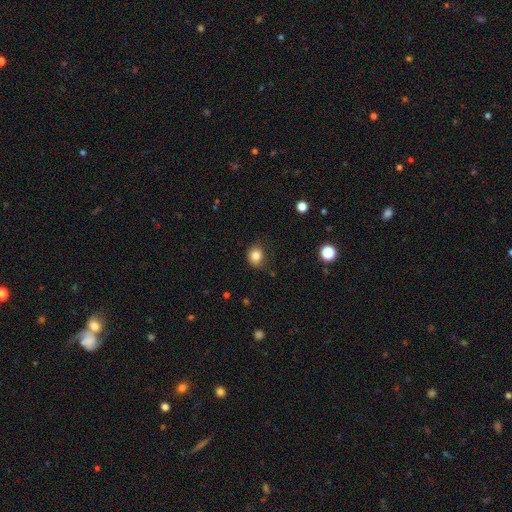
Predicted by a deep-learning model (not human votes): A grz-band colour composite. It shows a smooth galaxy with no disk features (82%) that is round (72%). Merging: none (80%).